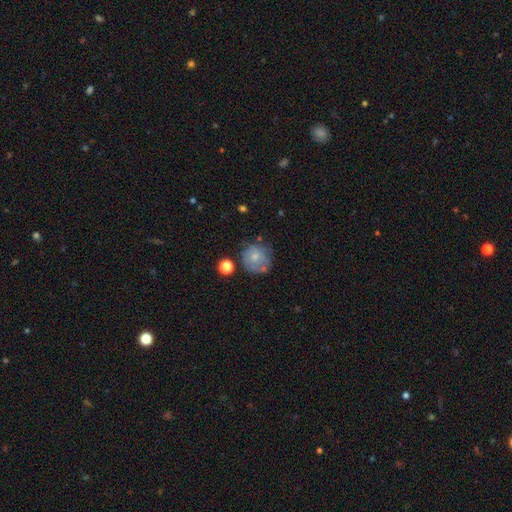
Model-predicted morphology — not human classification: The model was most divided on "smooth or featured": smooth: 58%, featured or disk: 32%, star or artifact: 9%. More confident: how rounded — round (84%); merging — none (56%).